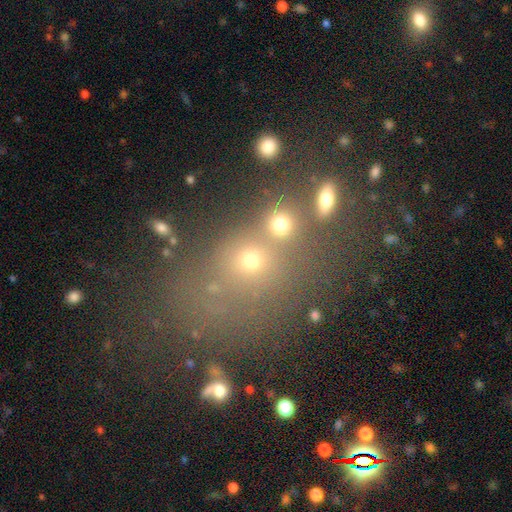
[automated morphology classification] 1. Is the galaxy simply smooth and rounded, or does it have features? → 52% smooth, 32% star or artifact, 16% featured or disk.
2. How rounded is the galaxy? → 61% round, 37% in between, 3% cigar-shaped.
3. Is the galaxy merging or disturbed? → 46% none, 33% merger, 12% minor disturbance, 9% major disturbance.